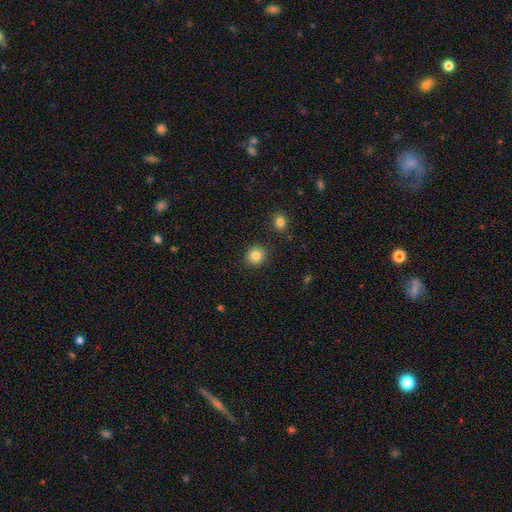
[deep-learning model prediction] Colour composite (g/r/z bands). It shows a smooth galaxy with no disk features (85%) that is round (83%). Merging: none (88%).